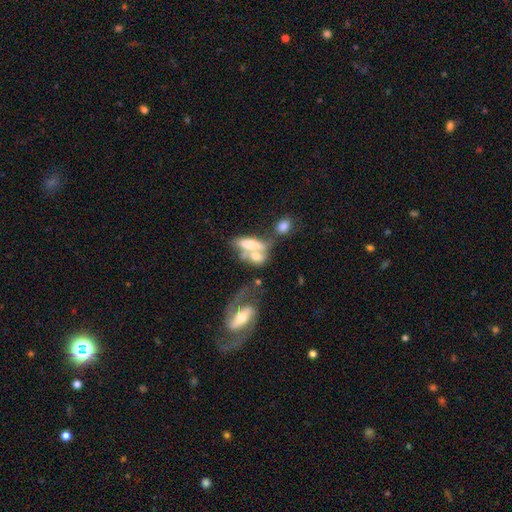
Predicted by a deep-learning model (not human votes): Overall: smooth (53%; featured or disk 37%). How rounded: in between (66%; cigar-shaped 27%). Merging: merger (63%).